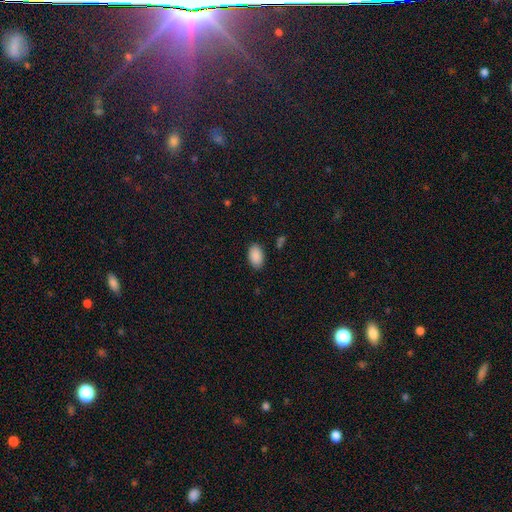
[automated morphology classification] Smooth or featured? smooth (90%)
How rounded? in between (93%)
Merging? none (88%)